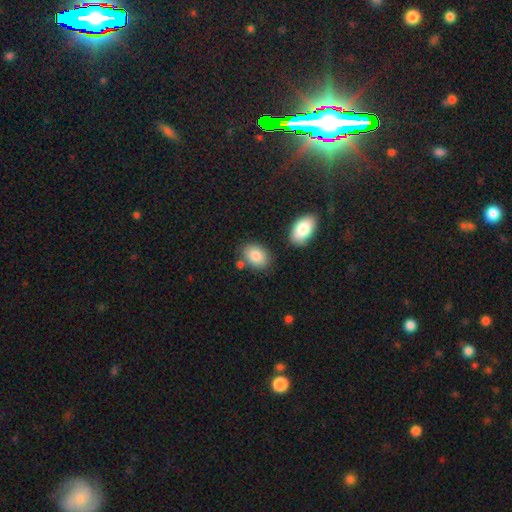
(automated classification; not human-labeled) The model was most divided on "merging": none: 74%, minor disturbance: 13%, merger: 9%, major disturbance: 3%. More confident: smooth or featured — smooth (85%); how rounded — in between (83%).